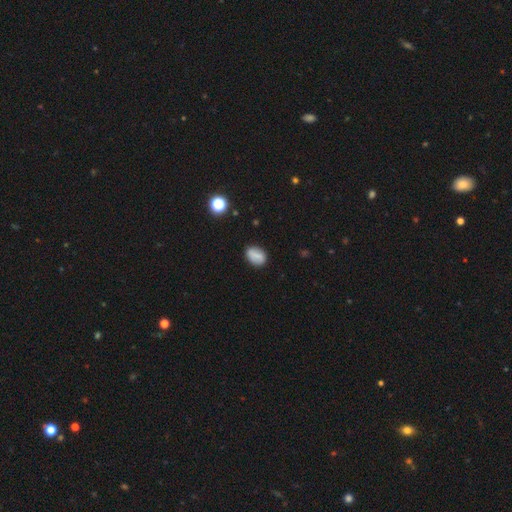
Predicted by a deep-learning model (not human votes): Smooth or featured? Predicted: smooth (p=0.73). How rounded? Predicted: in between (p=0.76). Merging? Predicted: none (p=0.82).